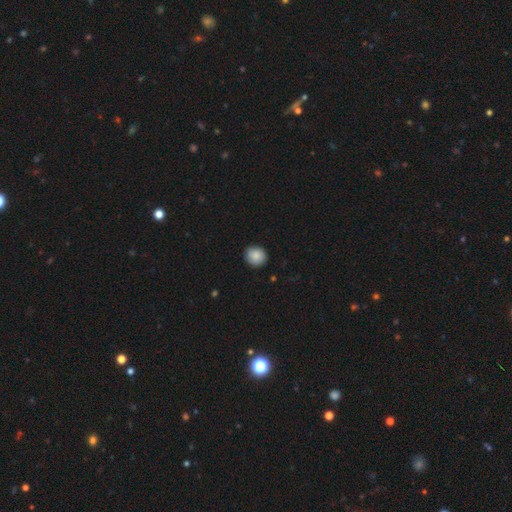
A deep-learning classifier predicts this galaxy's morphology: type=smooth (86%); roundness=round (85%); merging=none (86%).